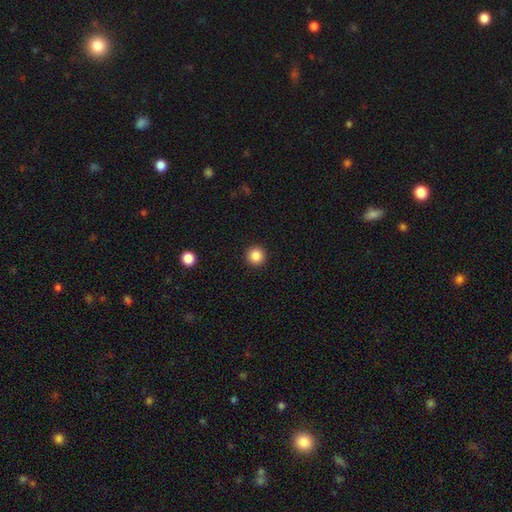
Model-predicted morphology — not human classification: Smooth or featured? Predicted: smooth (p=0.86). How rounded? Predicted: round (p=0.96). Merging? Predicted: none (p=0.93).